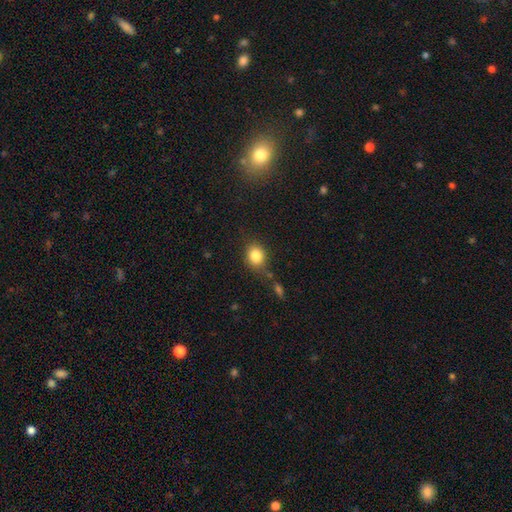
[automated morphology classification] Overall: smooth (83%). How rounded: round (60%; in between 38%). Merging: none (69%).